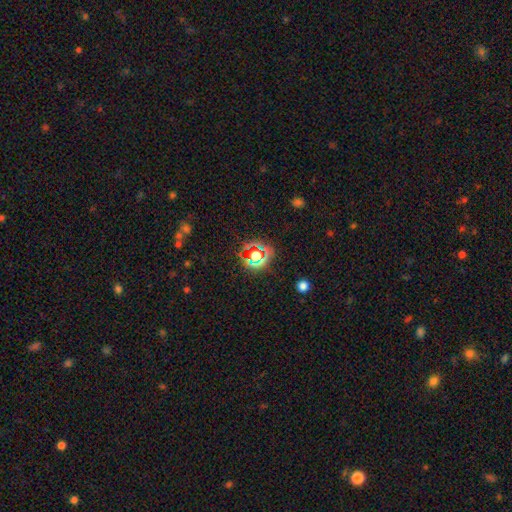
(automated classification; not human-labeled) The model was most divided on "smooth or featured": star or artifact: 54%, smooth: 36%, featured or disk: 10%.